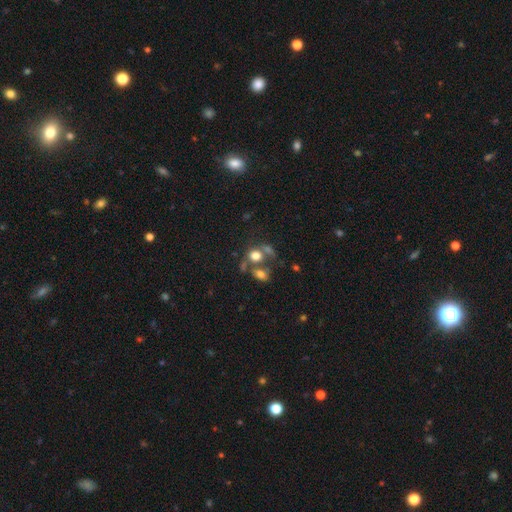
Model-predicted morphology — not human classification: smooth 69%, featured or disk 17%, star or artifact 14%. Down the decision tree: how rounded — round (60%); merging — merger (43%).